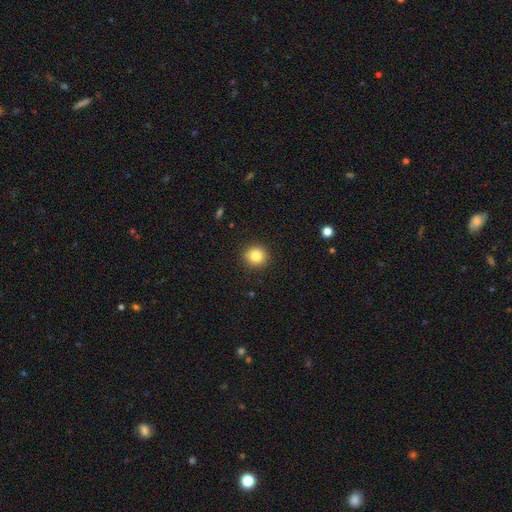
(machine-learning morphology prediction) The model was most divided on "smooth or featured": smooth: 84%, star or artifact: 10%, featured or disk: 6%. More confident: how rounded — round (92%); merging — none (91%).